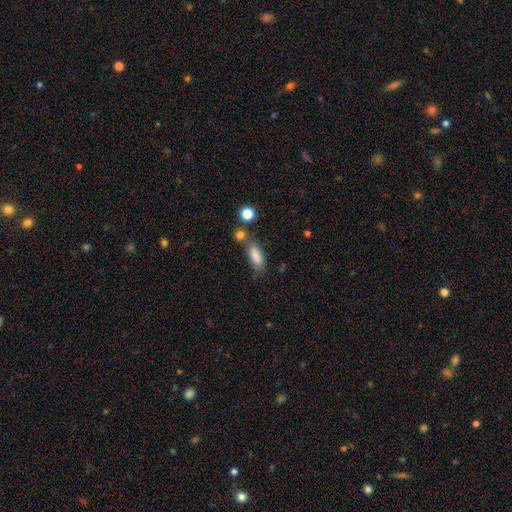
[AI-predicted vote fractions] A smooth galaxy with no disk features (85%) that is in between round and cigar-shaped (76%).

Vote fractions:
- Smooth or featured? smooth: 85% / star or artifact: 8% / featured or disk: 7%
- How rounded? in between: 76% / cigar-shaped: 20% / round: 4%
- Merging? none: 58% / minor disturbance: 18% / merger: 17% / major disturbance: 7%